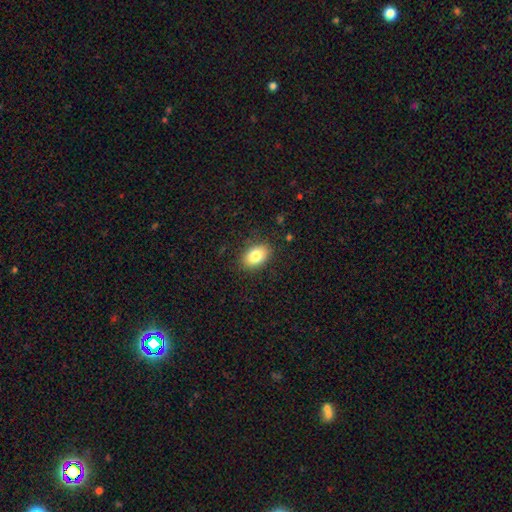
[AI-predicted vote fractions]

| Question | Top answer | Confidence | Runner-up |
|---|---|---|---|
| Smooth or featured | smooth | 82% | featured or disk (10%) |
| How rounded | in between | 85% | round (14%) |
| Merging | none | 87% | minor disturbance (10%) |